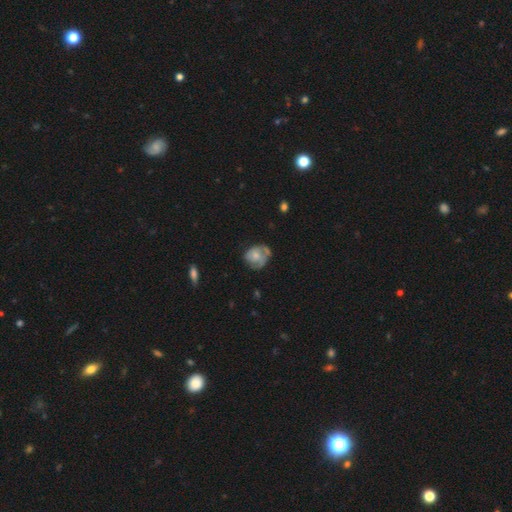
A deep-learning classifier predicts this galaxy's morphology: This appears to be a featured or disk galaxy (48%). Merging: none (45%).